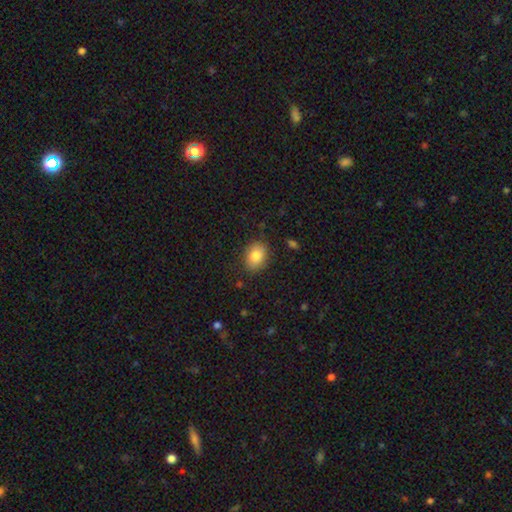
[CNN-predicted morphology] Q: Smooth or featured?
A: smooth (83%); runner-up: featured or disk (9%)
Q: How rounded?
A: in between (60%); runner-up: round (39%)
Q: Merging?
A: none (85%); runner-up: minor disturbance (11%)